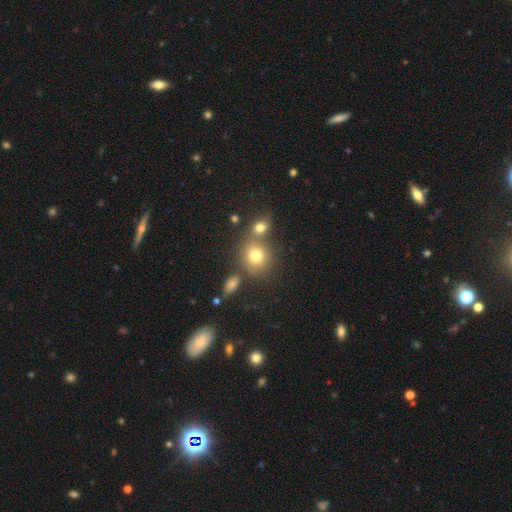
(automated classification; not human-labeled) This appears to be a smooth galaxy with no disk features (75%) that is round (79%). Merging: none (54%).